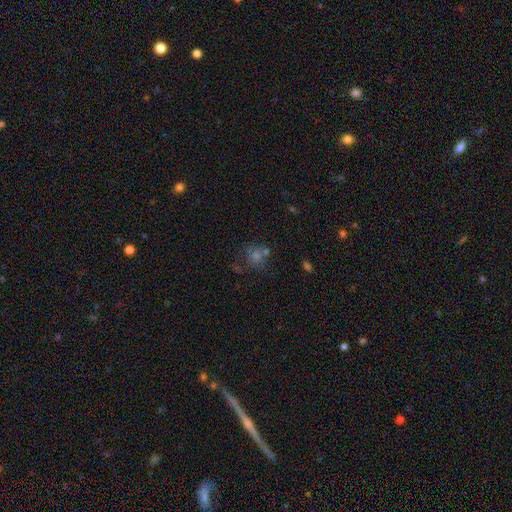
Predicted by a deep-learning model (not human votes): A smooth galaxy with no disk features (48%).

Vote fractions:
- Smooth or featured? smooth: 48% / star or artifact: 33% / featured or disk: 18%
- Merging? none: 65% / merger: 14% / minor disturbance: 14% / major disturbance: 8%